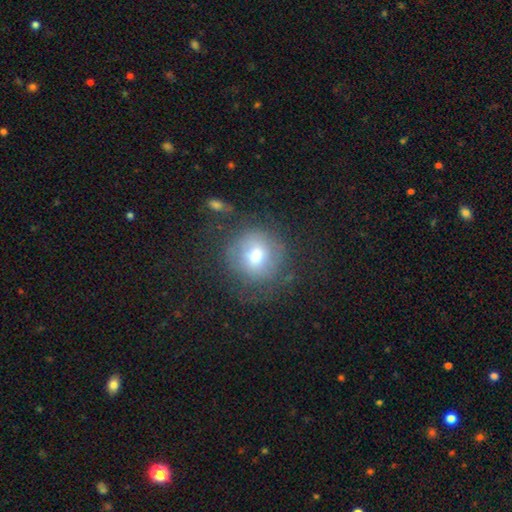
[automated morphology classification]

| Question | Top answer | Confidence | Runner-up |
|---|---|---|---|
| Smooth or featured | smooth | 60% | featured or disk (28%) |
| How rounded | round | 89% | in between (10%) |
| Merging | none | 63% | minor disturbance (19%) |